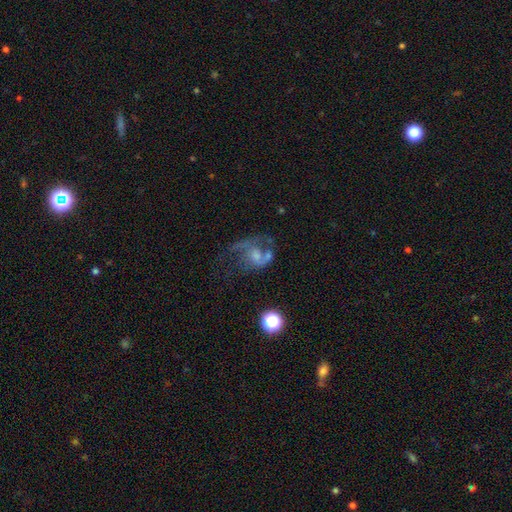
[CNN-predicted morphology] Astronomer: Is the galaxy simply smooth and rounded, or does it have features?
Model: featured or disk — 60%.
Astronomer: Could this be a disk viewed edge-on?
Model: no — 97%.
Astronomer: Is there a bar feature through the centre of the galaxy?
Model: no — 71%.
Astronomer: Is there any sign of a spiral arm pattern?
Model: yes — 64%.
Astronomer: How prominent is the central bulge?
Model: moderate — 38% (runner-up: small, 36%).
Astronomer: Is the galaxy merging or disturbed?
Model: major disturbance — 38% (runner-up: none, 32%).